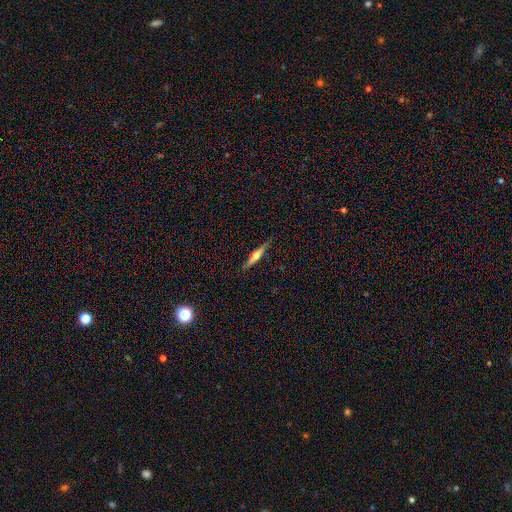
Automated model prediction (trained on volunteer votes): Smooth or featured? featured or disk (70%)
Edge-on disk? yes (97%)
Edge-on bulge? rounded (90%)
Merging? none (88%)